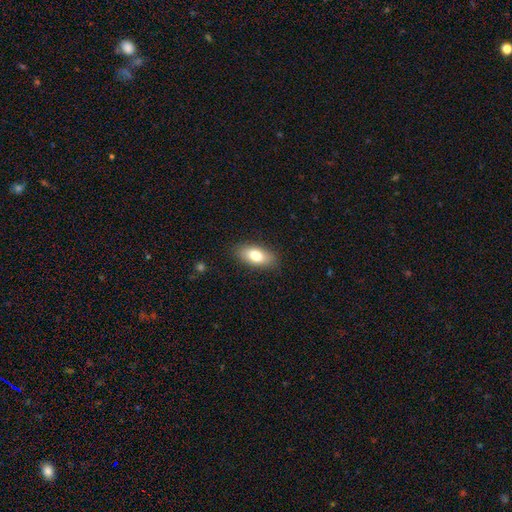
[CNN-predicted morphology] Smooth or featured? smooth (78%)
How rounded? in between (87%)
Merging? none (86%)